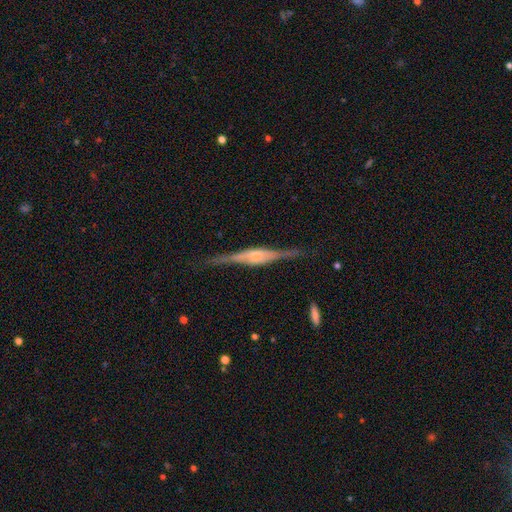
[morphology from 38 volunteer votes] Smooth or featured? featured or disk (79%)
Edge-on disk? yes (100%)
Edge-on bulge? rounded (67%)
Merging? none (71%)